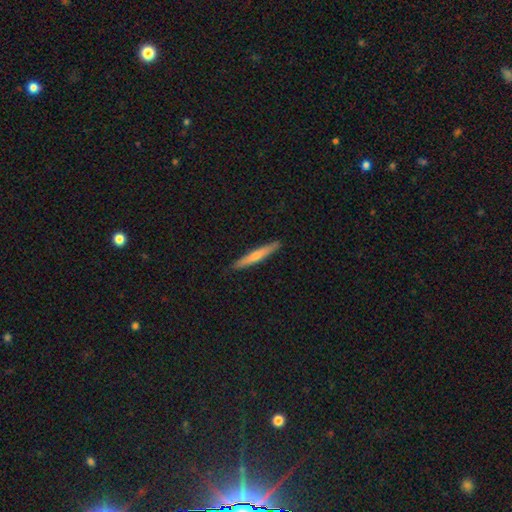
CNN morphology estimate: featured or disk 54%, smooth 38%, star or artifact 7%. Down the decision tree: edge-on disk — yes (96%); edge-on bulge — rounded (71%); merging — none (91%).